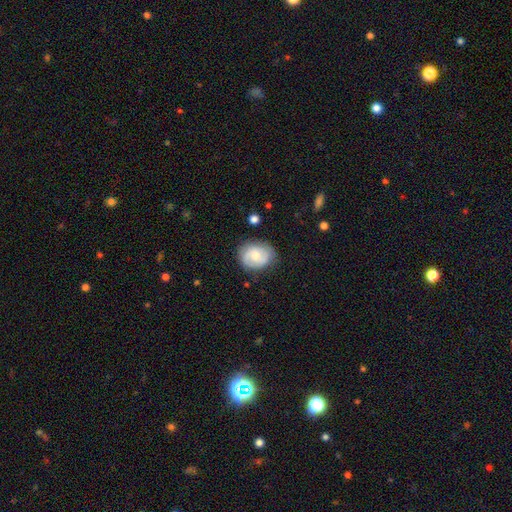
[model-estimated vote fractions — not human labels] Smooth or featured: featured or disk — 60% (smooth — 33%)
Edge-on disk: no — 97% (yes — 3%)
Bar: no — 52% (weak — 40%)
Spiral arms: yes — 84% (no — 16%)
Bulge size: moderate — 54% (small — 40%)
Merging: none — 78% (minor disturbance — 16%)